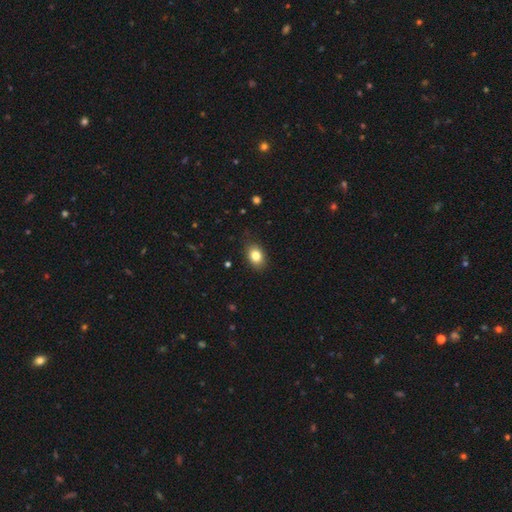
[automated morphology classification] Overall: smooth (83%). How rounded: in between (76%). Merging: none (86%).